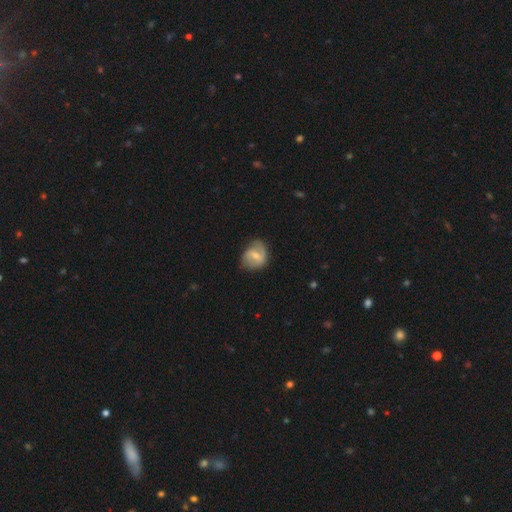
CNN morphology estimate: The model was most divided on "smooth or featured": featured or disk: 50%, smooth: 43%, star or artifact: 6%. More confident: edge-on disk — no (97%); merging — none (59%).